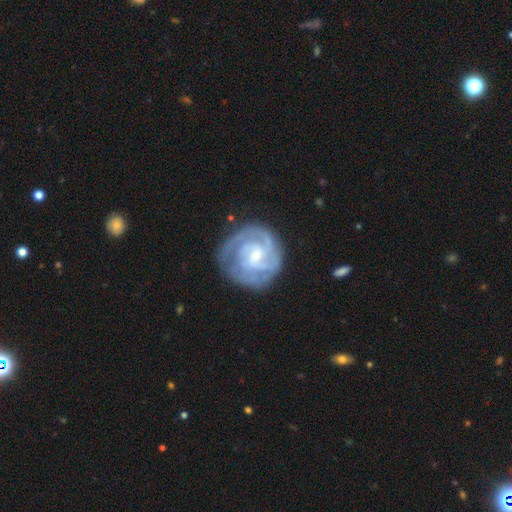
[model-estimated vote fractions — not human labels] The model was most divided on "bar": no: 48%, weak: 43%, strong: 9%. Remaining: edge-on disk — no (98%); spiral arms — yes (96%); smooth or featured — featured or disk (84%); merging — none (75%); spiral winding — tight (66%); bulge size — small (58%); spiral arm count — 3 (32%).